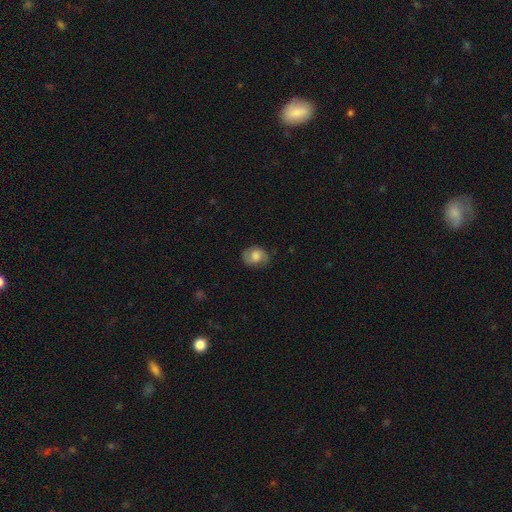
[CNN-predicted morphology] This appears to be a smooth galaxy with no disk features (56%) that is in between round and cigar-shaped (50%). Merging: none (76%).